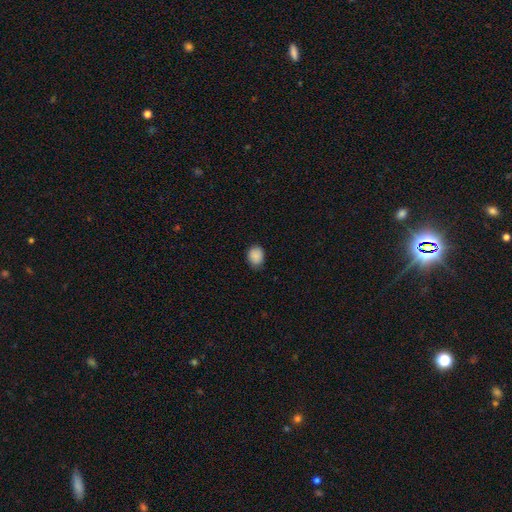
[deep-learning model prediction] smooth 89%, star or artifact 8%, featured or disk 3%. Down the decision tree: how rounded — round (50%); merging — none (77%).